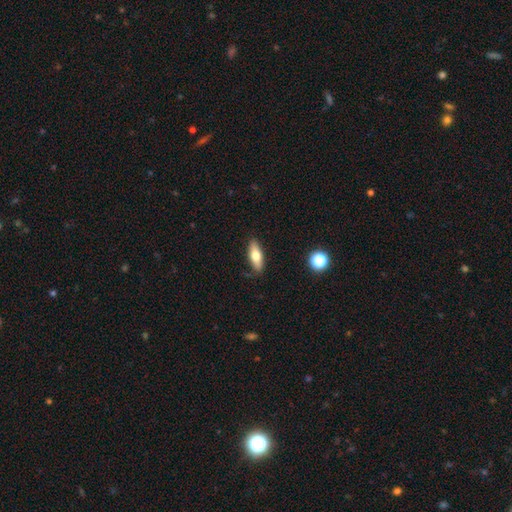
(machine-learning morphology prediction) Smooth or featured? Predicted: smooth (p=0.67). How rounded? Predicted: in between (p=0.65). Merging? Predicted: none (p=0.84).